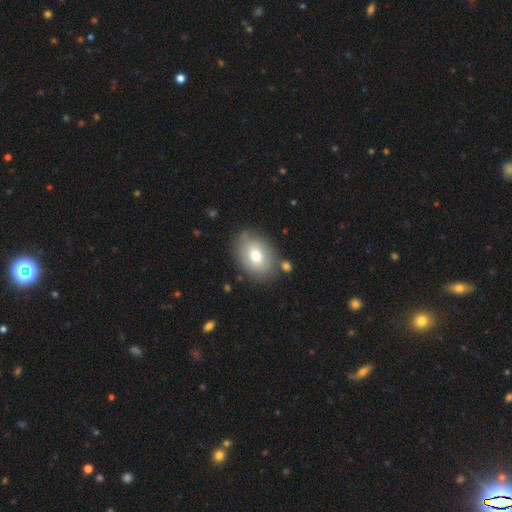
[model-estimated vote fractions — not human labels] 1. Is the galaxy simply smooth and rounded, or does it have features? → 72% smooth, 19% featured or disk, 8% star or artifact.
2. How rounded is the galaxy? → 78% in between, 21% round, 1% cigar-shaped.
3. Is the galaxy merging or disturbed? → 77% none, 14% minor disturbance, 5% merger, 4% major disturbance.